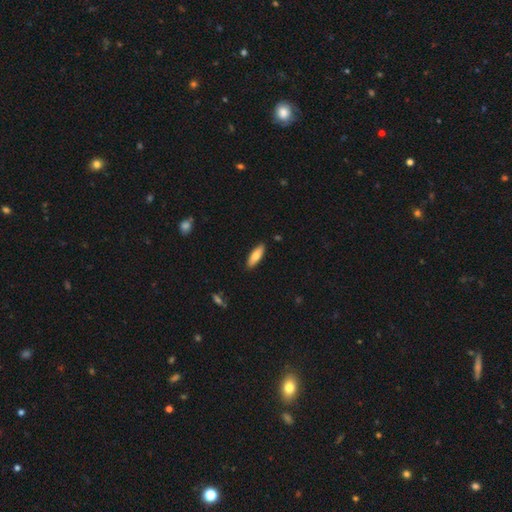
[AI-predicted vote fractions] This is likely a smooth galaxy (79%). How rounded: possibly in between (56%). Merging: clearly none (88%).